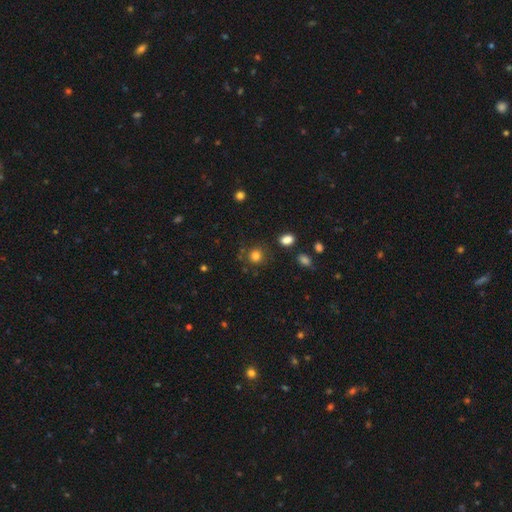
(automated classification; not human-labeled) A smooth galaxy with no disk features (81%) that is round (84%).

Vote fractions:
- Smooth or featured? smooth: 81% / star or artifact: 13% / featured or disk: 6%
- How rounded? round: 84% / in between: 15% / cigar-shaped: 1%
- Merging? none: 79% / minor disturbance: 13% / major disturbance: 4% / merger: 4%